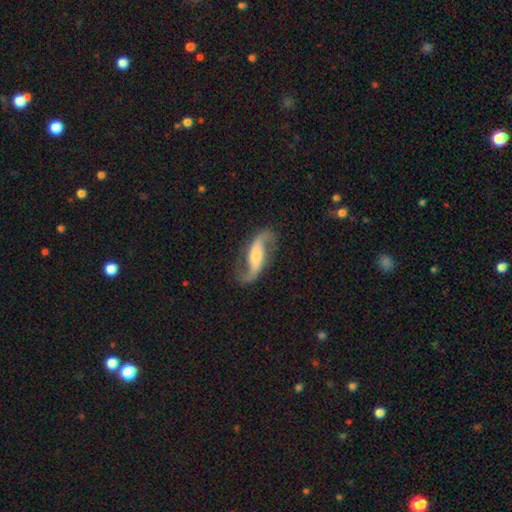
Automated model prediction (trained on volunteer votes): Overall: featured or disk (89%). Edge-on disk: no (96%). Bar: weak (36%; strong 35%). Spiral arms: yes (97%). Spiral arm count: 2 (94%). Spiral winding: loose (75%). Bulge size: moderate (36%; small 33%). Merging: none (82%).